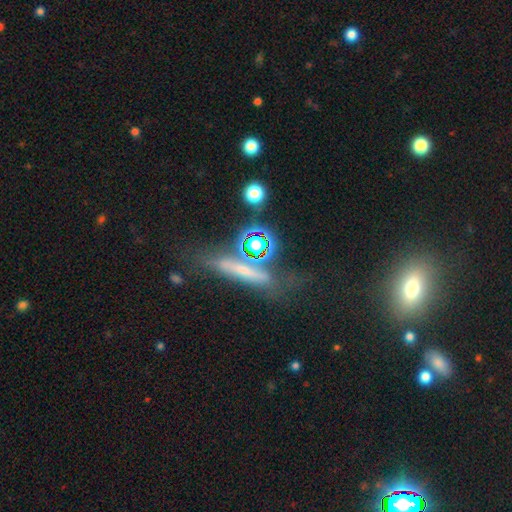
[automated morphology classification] Q: Smooth or featured?
A: featured or disk (45%); runner-up: smooth (28%)
Q: Merging?
A: none (65%); runner-up: minor disturbance (15%)